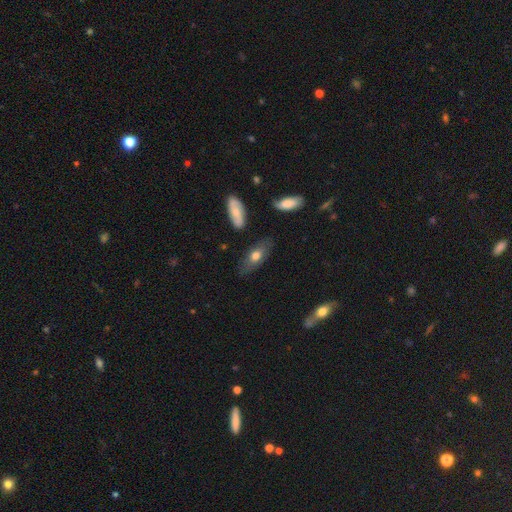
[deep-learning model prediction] Smooth or featured? smooth (65%)
How rounded? in between (77%)
Merging? none (73%)